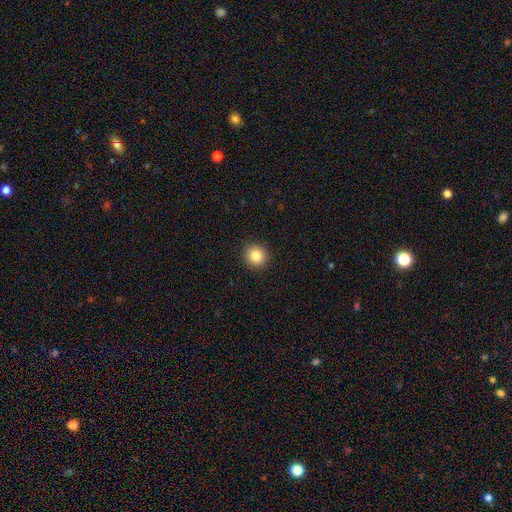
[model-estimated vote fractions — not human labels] Smooth or featured: smooth — 84% (star or artifact — 10%)
How rounded: round — 94% (in between — 5%)
Merging: none — 93% (minor disturbance — 5%)